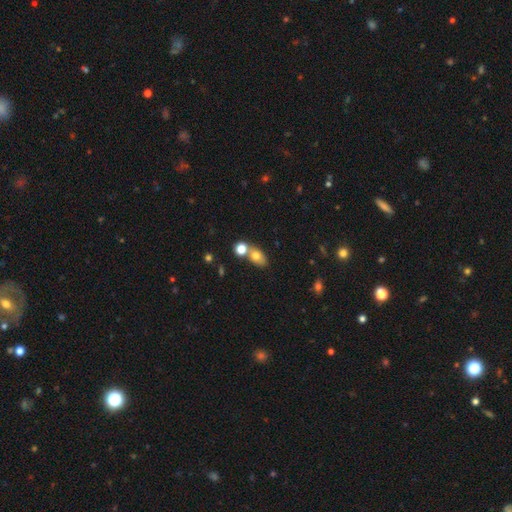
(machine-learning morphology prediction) Smooth or featured: smooth — 74% (featured or disk — 15%)
How rounded: in between — 74% (round — 23%)
Merging: none — 48% (merger — 39%)